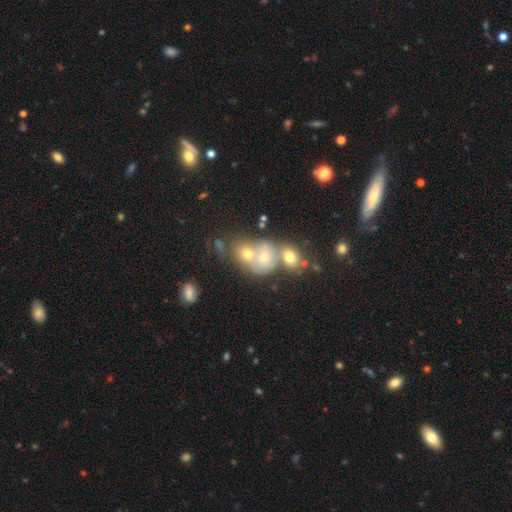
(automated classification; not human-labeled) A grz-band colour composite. It shows a smooth galaxy with no disk features (47%). Merging: merger (64%).